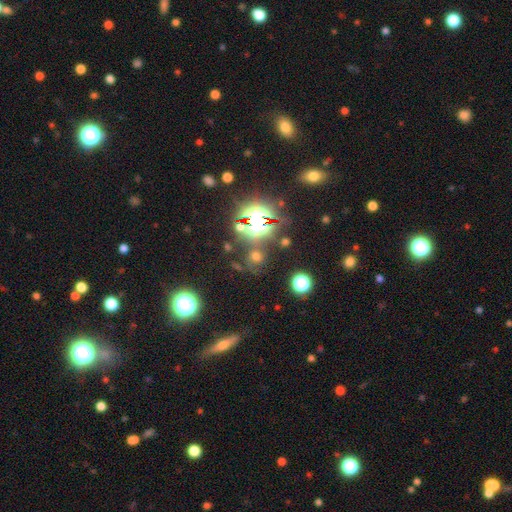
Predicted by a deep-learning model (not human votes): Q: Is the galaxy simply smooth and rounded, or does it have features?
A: star or artifact — 64%.